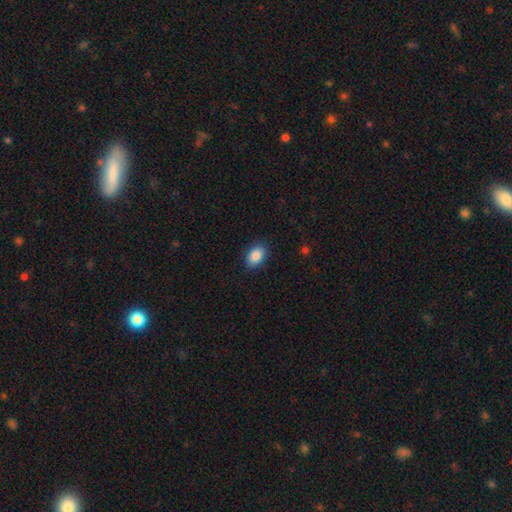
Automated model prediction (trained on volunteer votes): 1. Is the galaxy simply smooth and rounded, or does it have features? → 88% smooth, 7% star or artifact, 5% featured or disk.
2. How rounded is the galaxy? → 88% in between, 10% round, 1% cigar-shaped.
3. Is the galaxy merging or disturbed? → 87% none, 9% minor disturbance, 2% major disturbance, 1% merger.